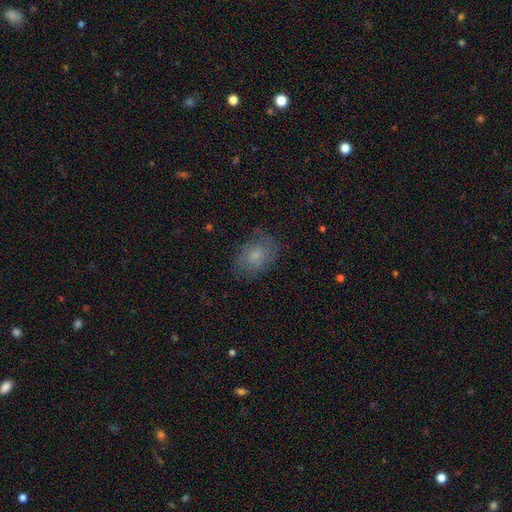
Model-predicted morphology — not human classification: Smooth or featured?
  - smooth: 61% *
  - featured or disk: 29%
  - star or artifact: 10%
How rounded?
  - in between: 67% *
  - round: 31%
  - cigar-shaped: 1%
Merging?
  - none: 70% *
  - minor disturbance: 20%
  - major disturbance: 9%
  - merger: 1%